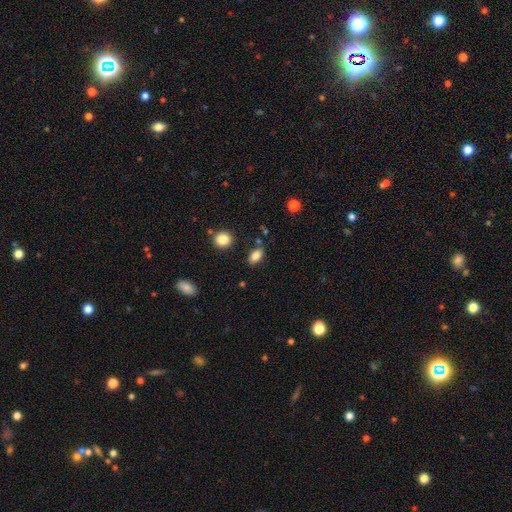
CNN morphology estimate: Smooth or featured?
  - smooth: 84% *
  - star or artifact: 9%
  - featured or disk: 7%
How rounded?
  - in between: 87% *
  - round: 10%
  - cigar-shaped: 3%
Merging?
  - none: 81% *
  - minor disturbance: 11%
  - merger: 5%
  - major disturbance: 3%